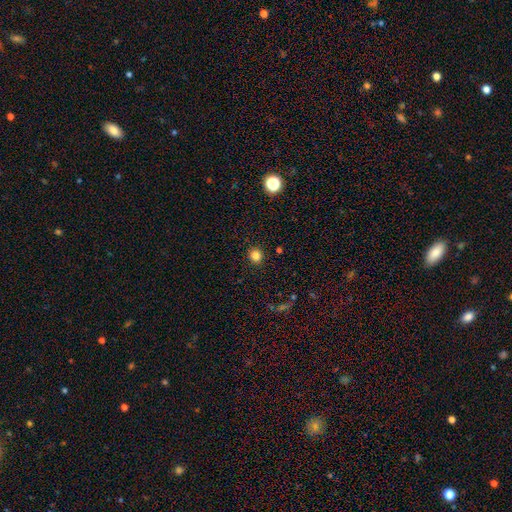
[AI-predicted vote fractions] This appears to be a smooth galaxy with no disk features (83%) that is round (89%). Merging: none (91%).